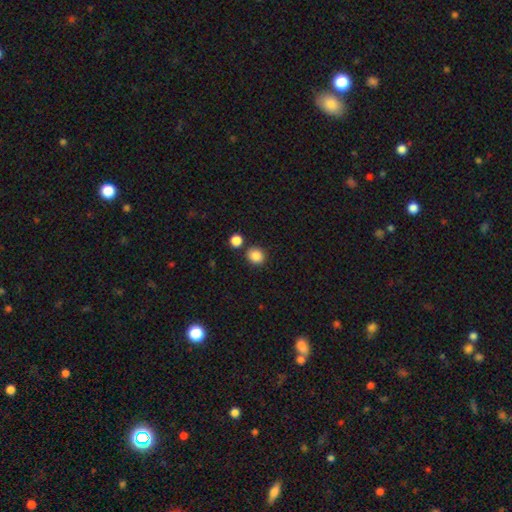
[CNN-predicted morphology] This appears to be a smooth galaxy with no disk features (86%) that is round (81%). Merging: none (81%).